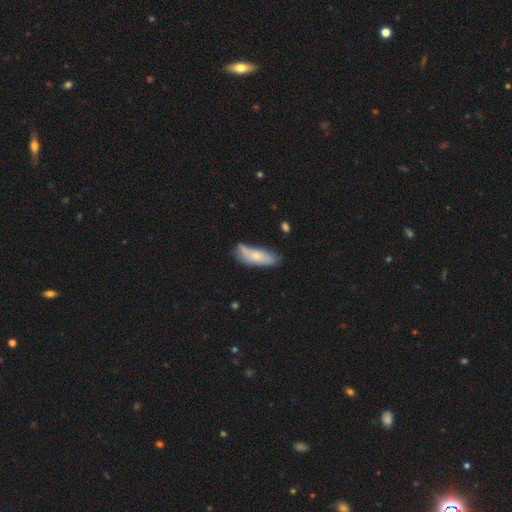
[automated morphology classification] smooth_or_featured: smooth (p=0.68) [alt: featured or disk p=0.26]
how_rounded: in between (p=0.62) [alt: cigar-shaped p=0.36]
merging: none (p=0.52) [alt: minor disturbance p=0.32]